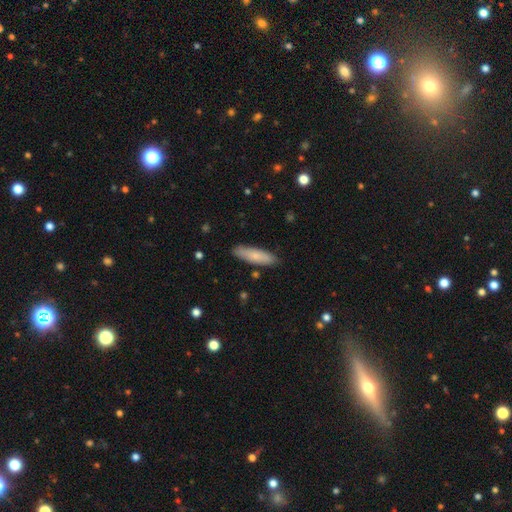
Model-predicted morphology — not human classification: smooth-or-featured: smooth: 78% | featured or disk: 17% | star or artifact: 6%
  how-rounded: cigar-shaped: 63% | in between: 35% | round: 2%
  merging: none: 86% | minor disturbance: 10% | major disturbance: 2% | merger: 2%